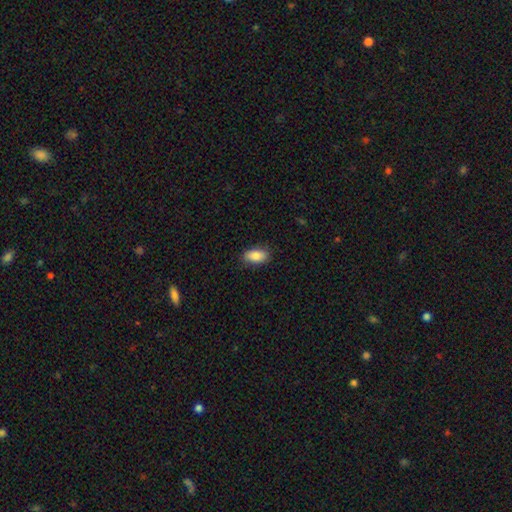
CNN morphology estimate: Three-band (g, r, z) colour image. It shows a smooth galaxy with no disk features (87%) that is in between round and cigar-shaped (92%). Merging: none (86%).